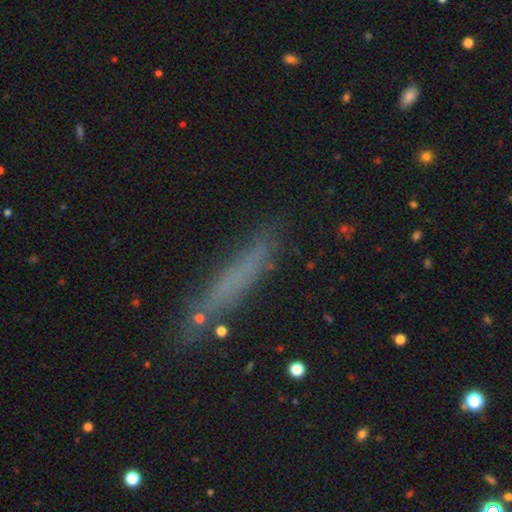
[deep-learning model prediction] Q: Smooth or featured?
A: smooth (59%); runner-up: featured or disk (27%)
Q: How rounded?
A: cigar-shaped (87%); runner-up: in between (10%)
Q: Merging?
A: none (73%); runner-up: minor disturbance (17%)